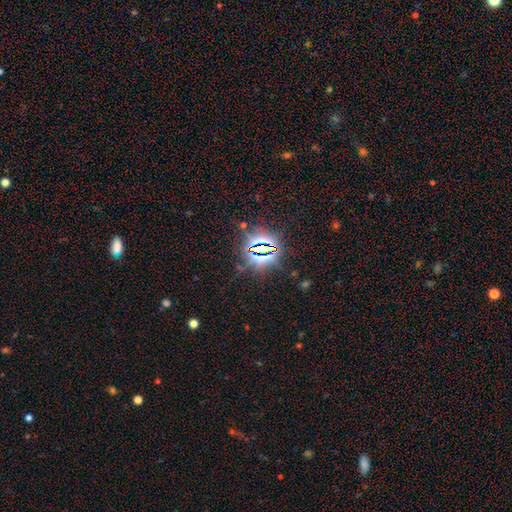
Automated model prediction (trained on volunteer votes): A star or artifact, not a galaxy (82%).